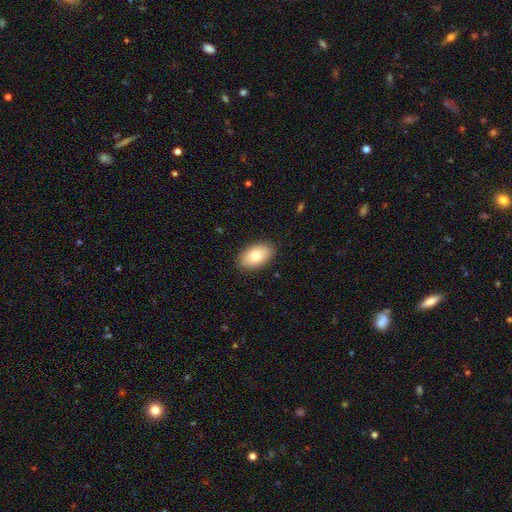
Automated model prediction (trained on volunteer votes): smooth_or_featured: smooth (p=0.80) [alt: featured or disk p=0.13]
how_rounded: in between (p=0.93) [alt: round p=0.06]
merging: none (p=0.89) [alt: minor disturbance p=0.08]